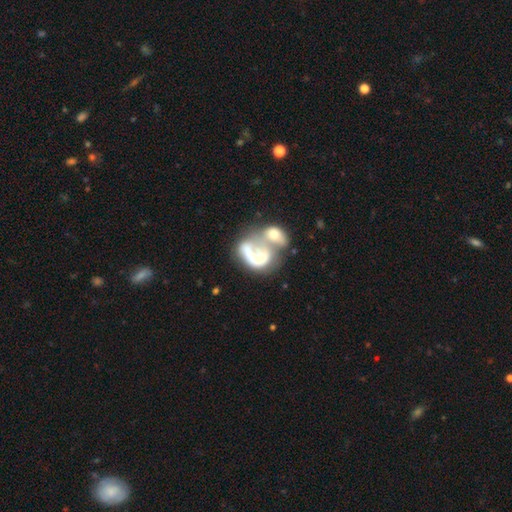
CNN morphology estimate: The model was most divided on "smooth or featured": featured or disk: 57%, smooth: 34%, star or artifact: 10%. Remaining: edge-on disk — no (98%); bar — no (81%); spiral arms — no (71%); merging — merger (62%); bulge size — none (47%).